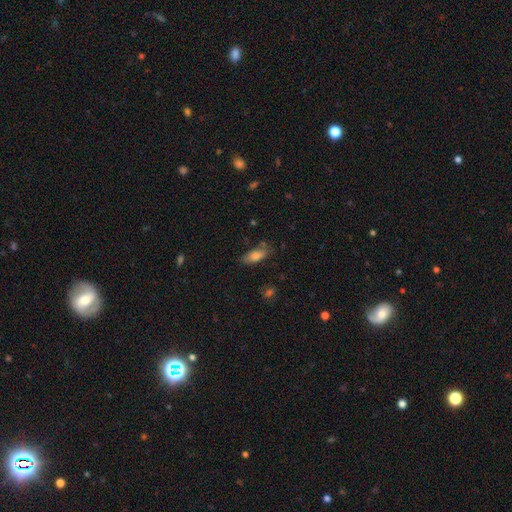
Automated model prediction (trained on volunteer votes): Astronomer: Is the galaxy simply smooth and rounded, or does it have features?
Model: smooth — 77%.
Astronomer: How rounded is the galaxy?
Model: in between — 78%.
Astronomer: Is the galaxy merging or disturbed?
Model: none — 68%.